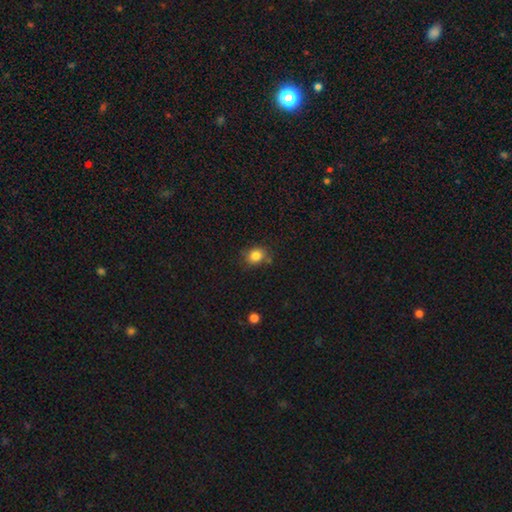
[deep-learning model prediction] Morphology: type=smooth (84%); roundness=round (60%); merging=none (71%).